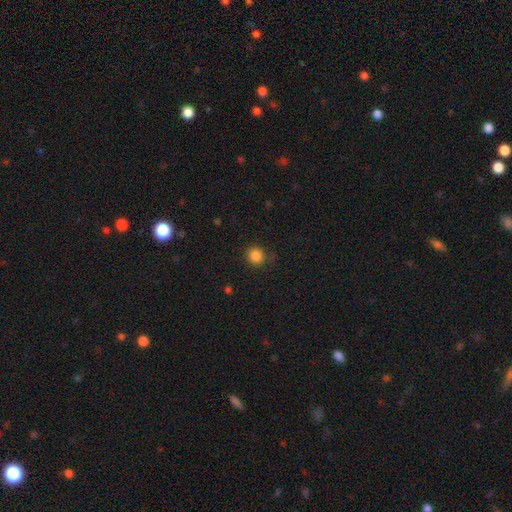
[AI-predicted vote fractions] A smooth galaxy with no disk features (85%) that is round (91%).

Vote fractions:
- Smooth or featured? smooth: 85% / star or artifact: 11% / featured or disk: 4%
- How rounded? round: 91% / in between: 8% / cigar-shaped: 1%
- Merging? none: 85% / minor disturbance: 10% / major disturbance: 3% / merger: 1%